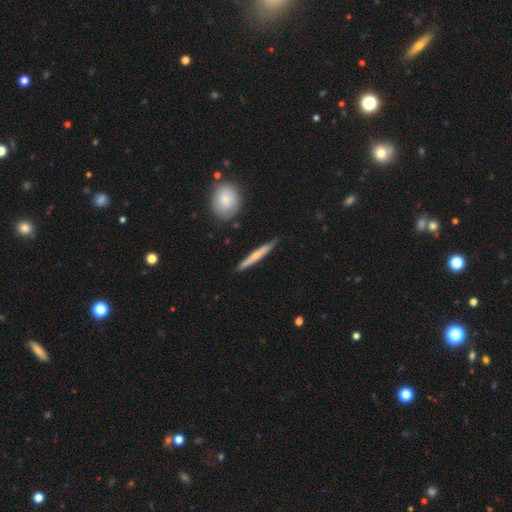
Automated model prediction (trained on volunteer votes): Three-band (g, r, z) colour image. It shows a featured or disk galaxy (48%). Merging: none (86%).